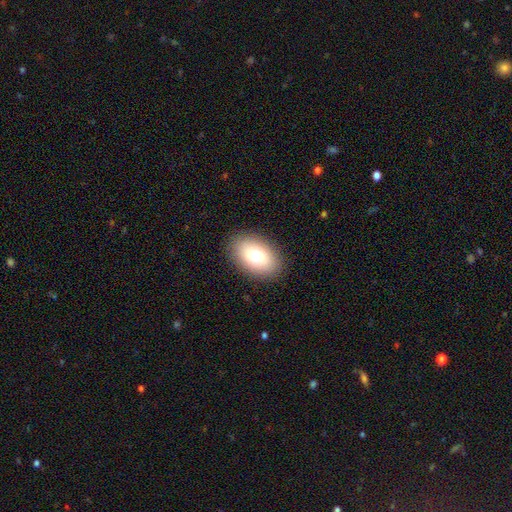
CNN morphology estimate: The model was most divided on "smooth or featured": smooth: 74%, featured or disk: 17%, star or artifact: 10%. More confident: merging — none (87%); how rounded — in between (85%).